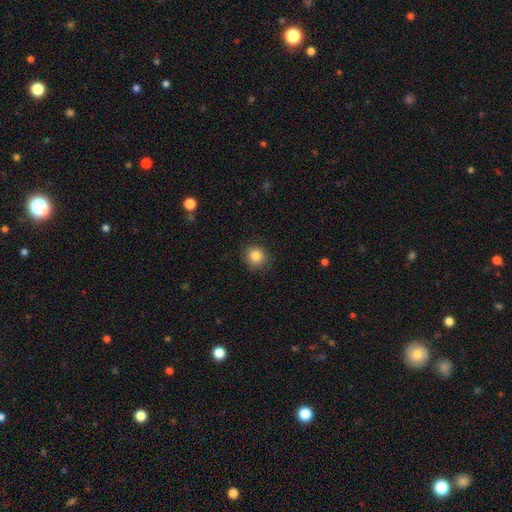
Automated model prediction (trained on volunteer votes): This is clearly a smooth galaxy (84%). How rounded: clearly round (90%). Merging: clearly none (88%).